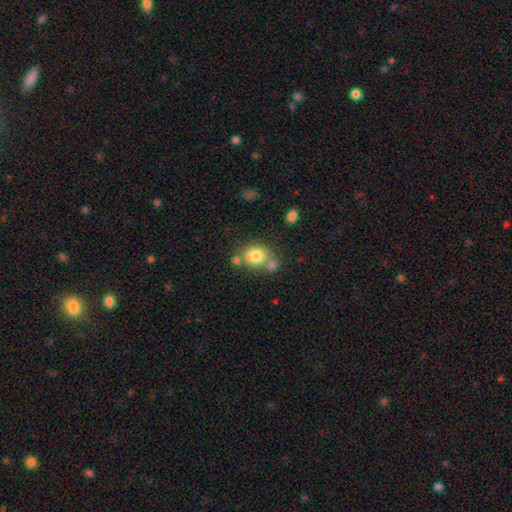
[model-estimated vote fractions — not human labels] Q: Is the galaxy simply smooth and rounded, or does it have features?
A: smooth — 76%.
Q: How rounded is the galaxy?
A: round — 64%.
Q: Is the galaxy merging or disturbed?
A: none — 50%.